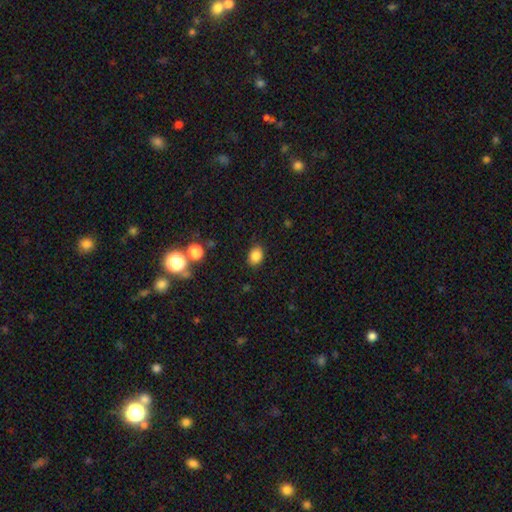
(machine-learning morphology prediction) type=smooth (85%); roundness=in between (64%); merging=none (84%).